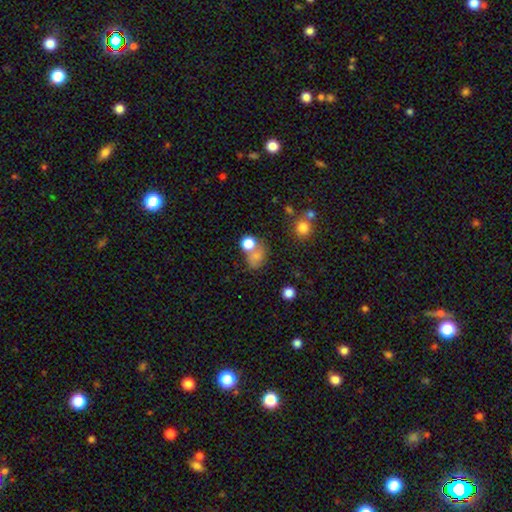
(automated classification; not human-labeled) Overall: smooth (69%). How rounded: round (52%; in between 46%). Merging: none (39%; merger 31%).